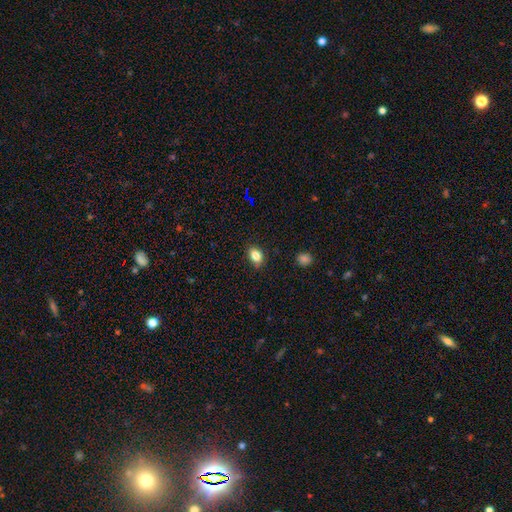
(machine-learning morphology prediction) Smooth or featured? Predicted: smooth (p=0.83). How rounded? Predicted: in between (p=0.75). Merging? Predicted: none (p=0.85).